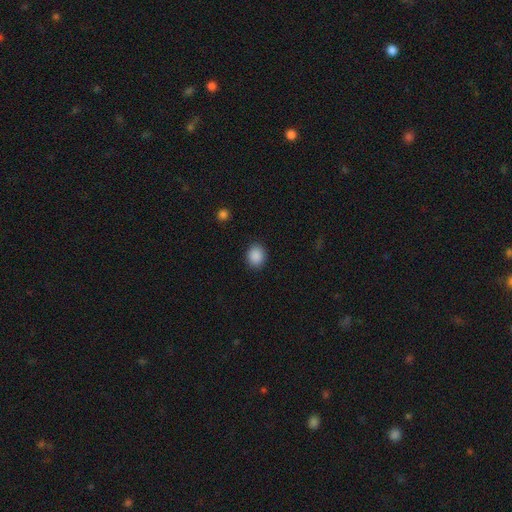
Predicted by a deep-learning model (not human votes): Q: Smooth or featured?
A: smooth (89%); runner-up: star or artifact (9%)
Q: How rounded?
A: round (60%); runner-up: in between (40%)
Q: Merging?
A: none (89%); runner-up: minor disturbance (7%)